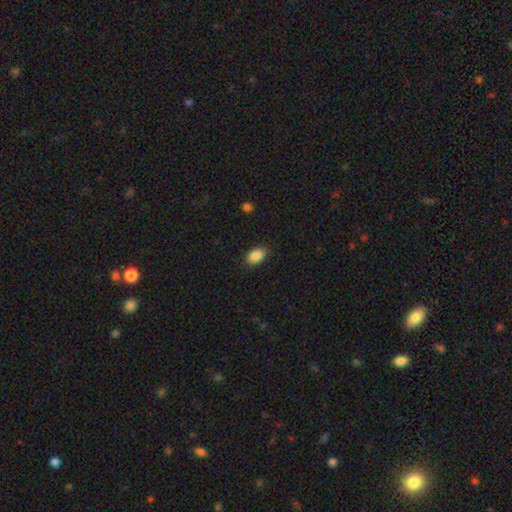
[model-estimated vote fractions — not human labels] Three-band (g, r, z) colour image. It shows a smooth galaxy with no disk features (89%) that is in between round and cigar-shaped (89%). Merging: none (85%).